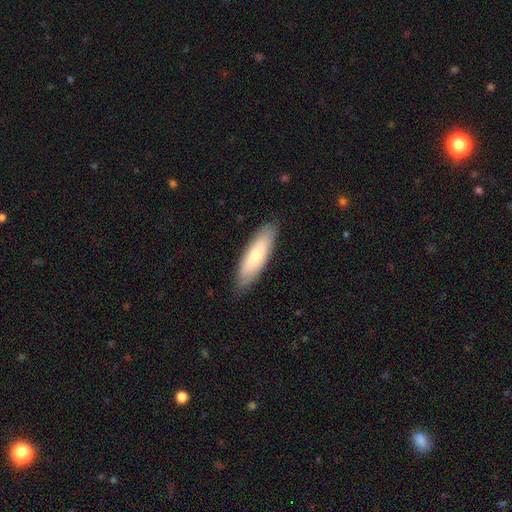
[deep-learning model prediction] Overall: smooth (70%). How rounded: cigar-shaped (52%; in between 46%). Merging: none (85%).